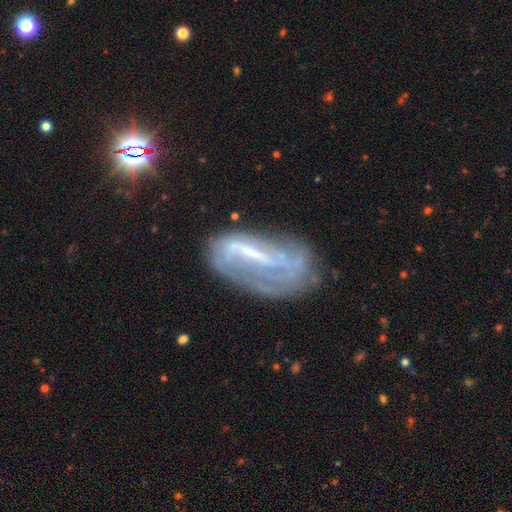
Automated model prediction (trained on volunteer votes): A featured or disk galaxy (69%) with a strong bar (56%), spiral arms (61%) and a small central bulge (39%). Merging: none (49%).